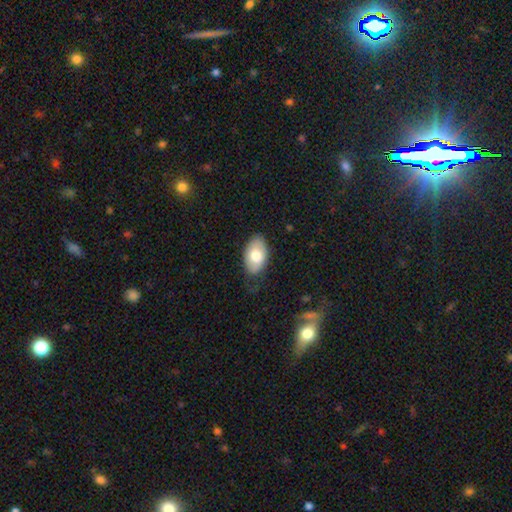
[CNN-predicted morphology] smooth_or_featured: smooth (p=0.72) [alt: featured or disk p=0.22]
how_rounded: in between (p=0.93) [alt: round p=0.06]
merging: none (p=0.78) [alt: minor disturbance p=0.18]